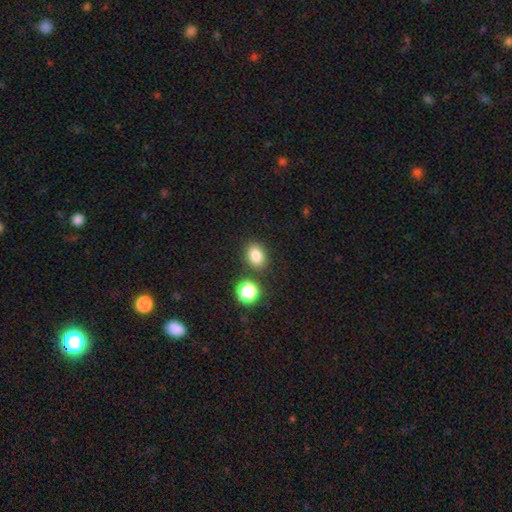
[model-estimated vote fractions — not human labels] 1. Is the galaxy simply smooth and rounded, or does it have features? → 80% smooth, 13% star or artifact, 6% featured or disk.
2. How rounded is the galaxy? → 63% in between, 35% round, 1% cigar-shaped.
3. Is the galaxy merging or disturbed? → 81% none, 9% minor disturbance, 7% merger, 3% major disturbance.